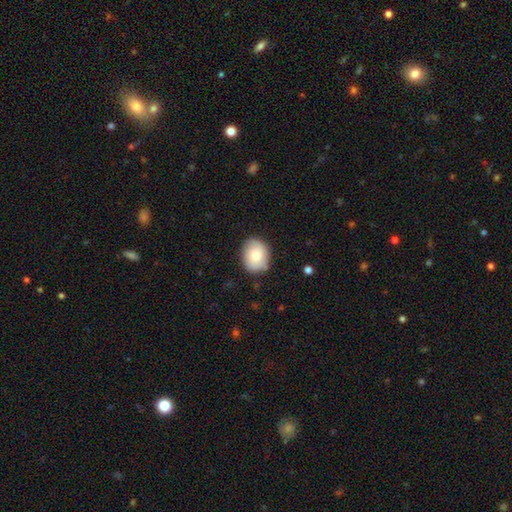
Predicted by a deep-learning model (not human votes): smooth-or-featured: smooth: 68% | featured or disk: 25% | star or artifact: 7%
  how-rounded: round: 55% | in between: 44% | cigar-shaped: 1%
  merging: none: 80% | minor disturbance: 16% | major disturbance: 3% | merger: 1%